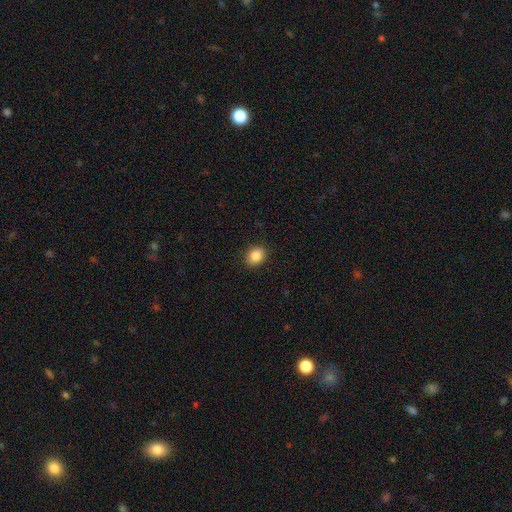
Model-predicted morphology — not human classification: smooth_or_featured: smooth (p=0.87) [alt: star or artifact p=0.09]
how_rounded: round (p=0.51) [alt: in between p=0.48]
merging: none (p=0.89) [alt: minor disturbance p=0.08]